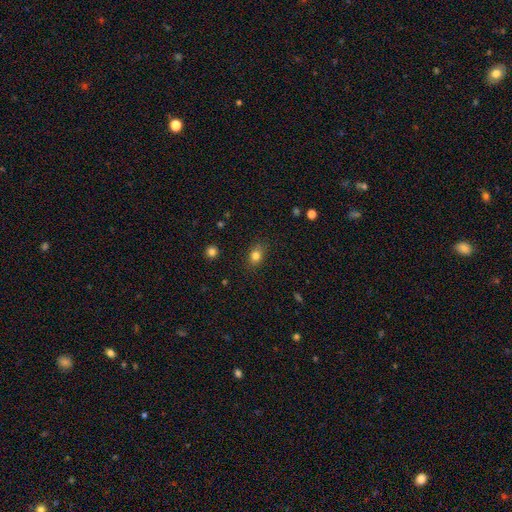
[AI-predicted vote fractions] This appears to be a smooth galaxy with no disk features (81%) that is in between round and cigar-shaped (63%). Merging: none (85%).